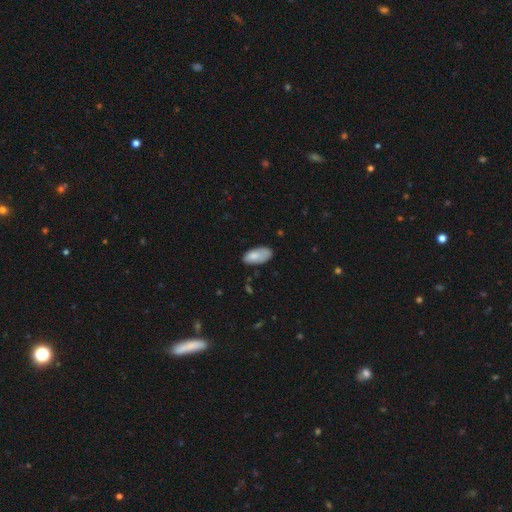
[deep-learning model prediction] A smooth galaxy with no disk features (82%) that is in between round and cigar-shaped (93%). Merging: none (66%).